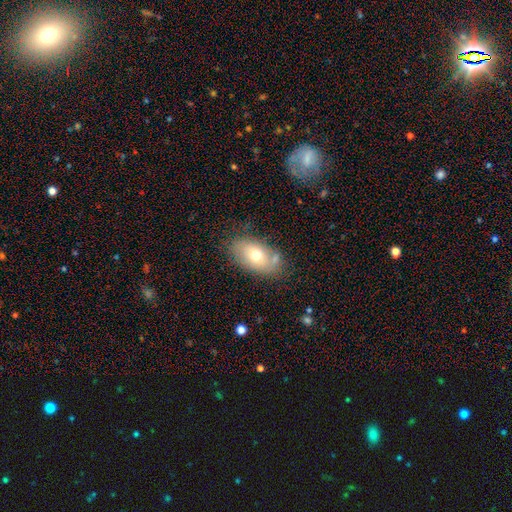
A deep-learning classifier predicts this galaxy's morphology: A smooth galaxy with no disk features (62%) that is in between round and cigar-shaped (89%).

Vote fractions:
- Smooth or featured? smooth: 62% / featured or disk: 29% / star or artifact: 9%
- How rounded? in between: 89% / round: 9% / cigar-shaped: 2%
- Merging? none: 68% / minor disturbance: 19% / merger: 7% / major disturbance: 5%